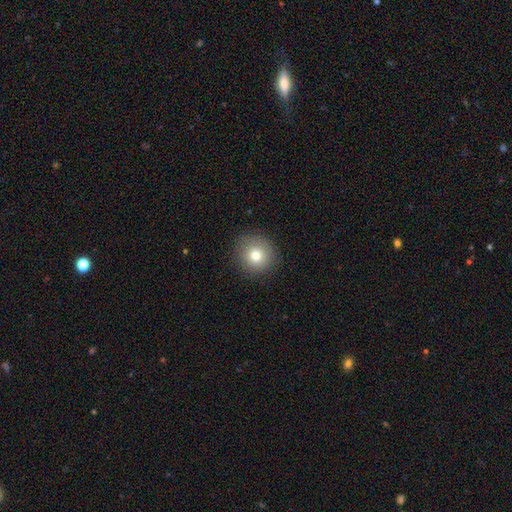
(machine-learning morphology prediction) Smooth or featured?
  - smooth: 77% *
  - star or artifact: 12%
  - featured or disk: 11%
How rounded?
  - round: 93% *
  - in between: 6%
  - cigar-shaped: 1%
Merging?
  - none: 89% *
  - minor disturbance: 7%
  - major disturbance: 3%
  - merger: 1%